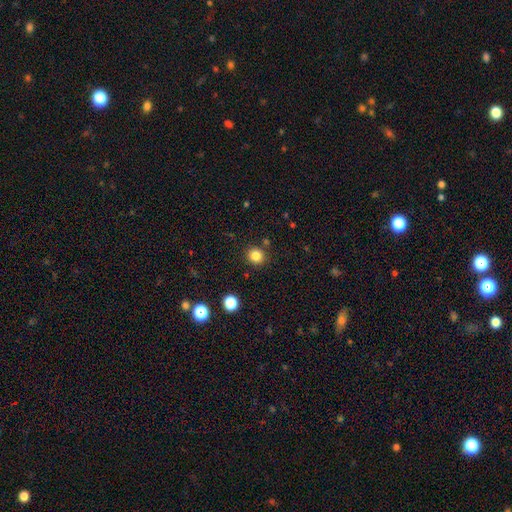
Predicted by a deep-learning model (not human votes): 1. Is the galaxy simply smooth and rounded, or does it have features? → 83% smooth, 12% star or artifact, 5% featured or disk.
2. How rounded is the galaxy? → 90% round, 9% in between, 1% cigar-shaped.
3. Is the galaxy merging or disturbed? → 87% none, 7% minor disturbance, 4% merger, 2% major disturbance.